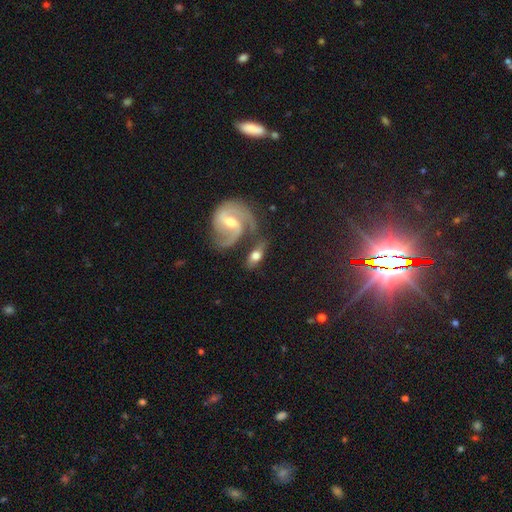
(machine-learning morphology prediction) Q: Smooth or featured?
A: featured or disk (47%); runner-up: smooth (45%)
Q: Merging?
A: none (48%); runner-up: merger (23%)